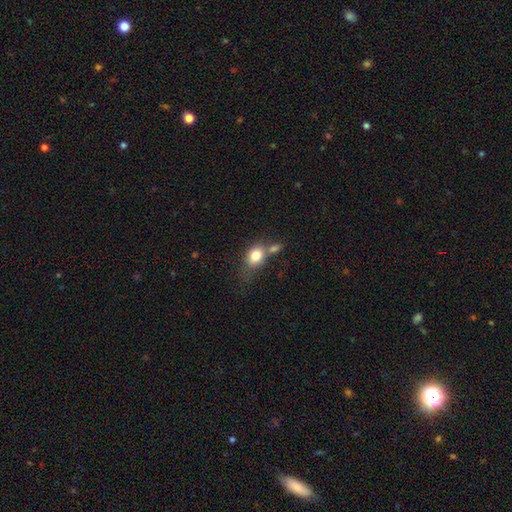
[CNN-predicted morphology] smooth-or-featured: smooth: 79% | featured or disk: 12% | star or artifact: 9%
  how-rounded: in between: 61% | round: 37% | cigar-shaped: 2%
  merging: none: 38% | merger: 35% | minor disturbance: 17% | major disturbance: 10%